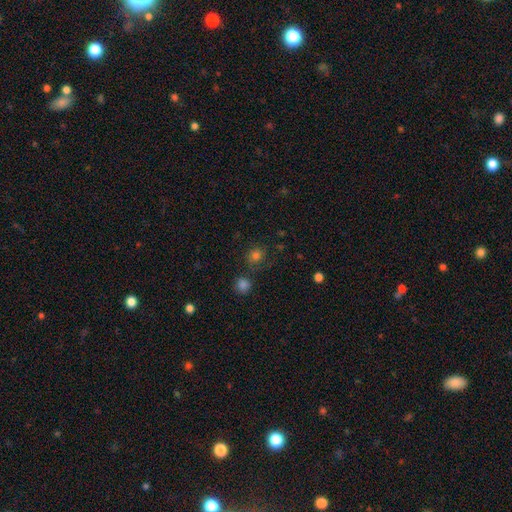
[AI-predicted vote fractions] Smooth or featured?
  - smooth: 67% *
  - star or artifact: 23%
  - featured or disk: 10%
How rounded?
  - round: 83% *
  - in between: 16%
  - cigar-shaped: 1%
Merging?
  - none: 71% *
  - minor disturbance: 12%
  - merger: 11%
  - major disturbance: 6%